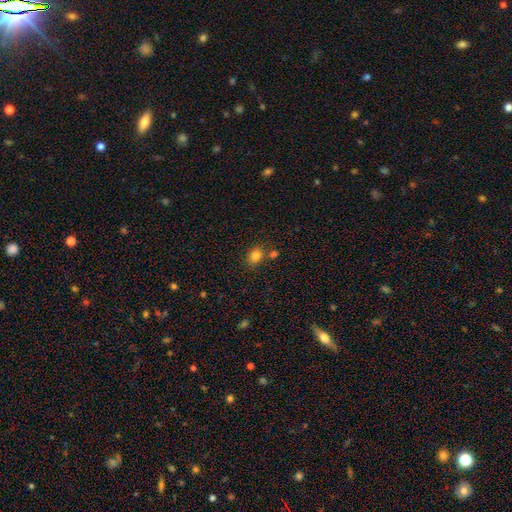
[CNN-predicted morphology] Q: Smooth or featured?
A: smooth (82%); runner-up: star or artifact (12%)
Q: How rounded?
A: in between (52%); runner-up: round (47%)
Q: Merging?
A: none (68%); runner-up: merger (16%)